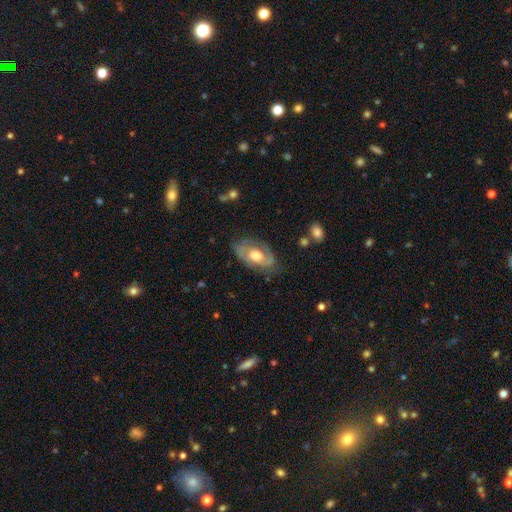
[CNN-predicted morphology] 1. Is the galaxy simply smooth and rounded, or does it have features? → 72% featured or disk, 22% smooth, 6% star or artifact.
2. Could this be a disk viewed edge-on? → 93% no, 7% yes.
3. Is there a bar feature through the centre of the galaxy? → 72% no, 24% weak, 4% strong.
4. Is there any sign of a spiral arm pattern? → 77% yes, 23% no.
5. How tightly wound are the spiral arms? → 45% tight, 39% medium, 16% loose.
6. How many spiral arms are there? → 63% 2, 22% can't tell, 8% 1, 3% 3, 2% 4, 2% more than 4.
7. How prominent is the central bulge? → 46% moderate, 43% large, 6% small, 3% dominant, 2% none.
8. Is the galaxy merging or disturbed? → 69% none, 21% minor disturbance, 8% major disturbance, 2% merger.